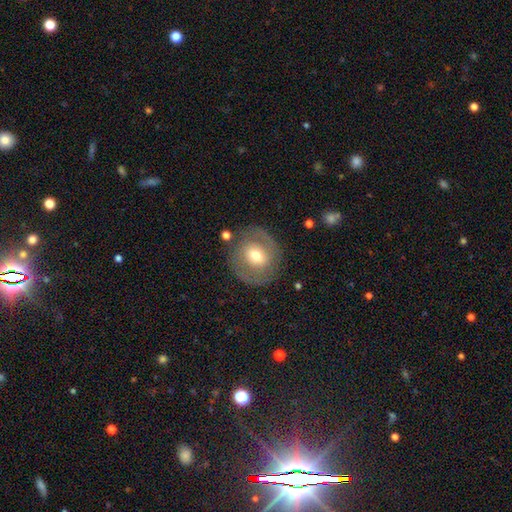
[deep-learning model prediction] Smooth or featured? featured or disk (51%)
Edge-on disk? no (96%)
Merging? none (80%)